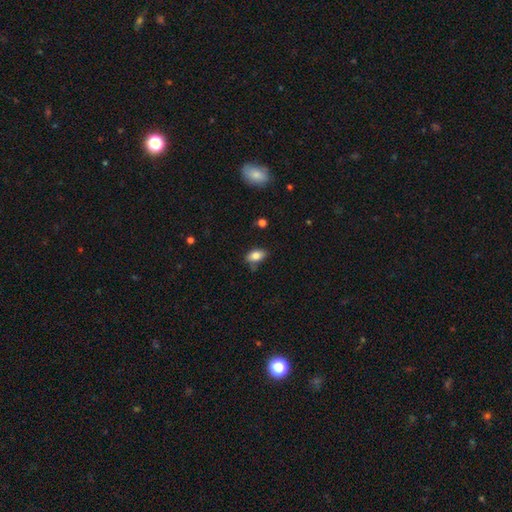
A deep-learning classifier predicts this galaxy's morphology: smooth 82%, featured or disk 9%, star or artifact 9%. Down the decision tree: how rounded — in between (88%); merging — none (67%).